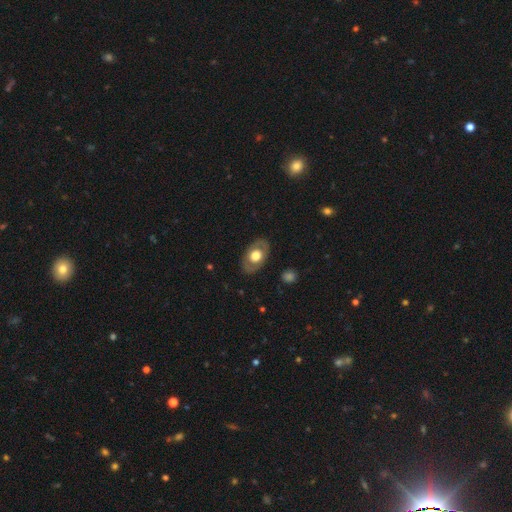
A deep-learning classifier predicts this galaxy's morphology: Smooth or featured? Predicted: smooth (p=0.51). How rounded? Predicted: in between (p=0.82). Merging? Predicted: none (p=0.85).